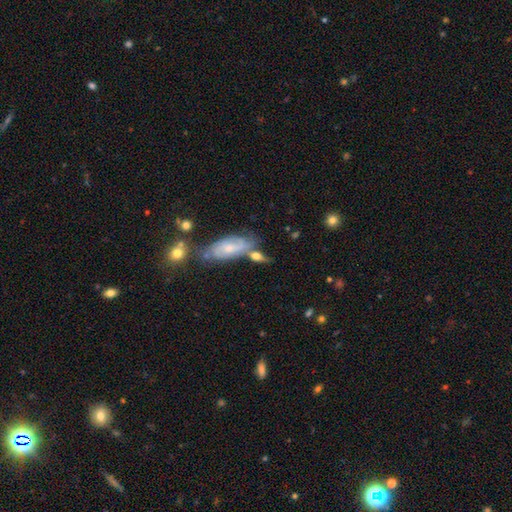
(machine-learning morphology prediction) Q: Smooth or featured?
A: featured or disk (45%); runner-up: smooth (44%)
Q: Merging?
A: none (54%); runner-up: merger (20%)